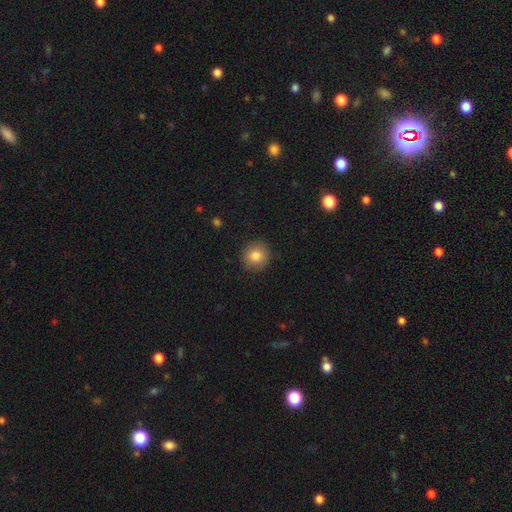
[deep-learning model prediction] This is clearly a smooth galaxy (82%). How rounded: clearly round (90%). Merging: clearly none (90%).